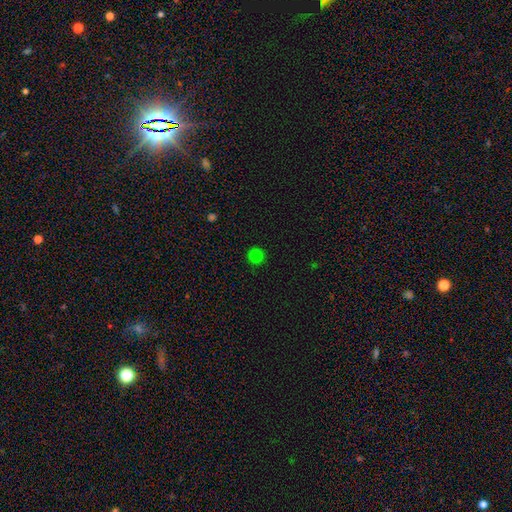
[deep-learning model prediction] Q: Smooth or featured?
A: smooth (81%); runner-up: star or artifact (17%)
Q: How rounded?
A: round (94%); runner-up: in between (5%)
Q: Merging?
A: none (91%); runner-up: minor disturbance (6%)